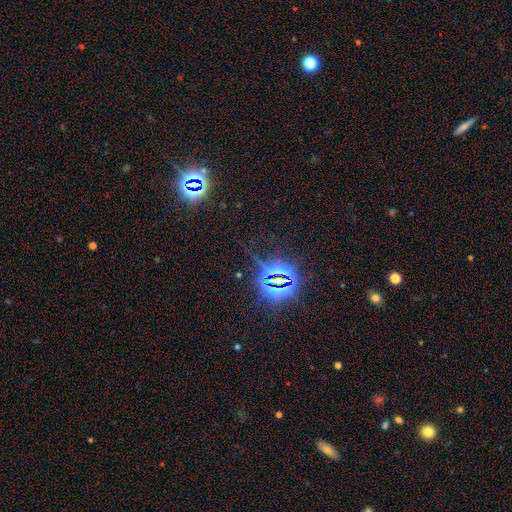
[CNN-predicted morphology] A star or artifact, not a galaxy (85%).